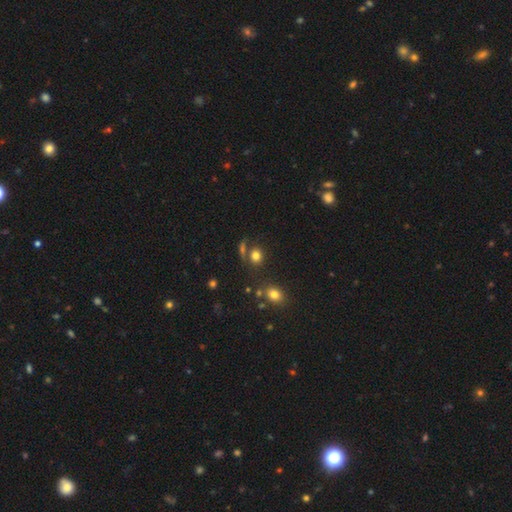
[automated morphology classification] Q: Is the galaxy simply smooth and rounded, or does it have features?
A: smooth — 78%.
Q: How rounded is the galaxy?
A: round — 69%.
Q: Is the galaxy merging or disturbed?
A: none — 68%.